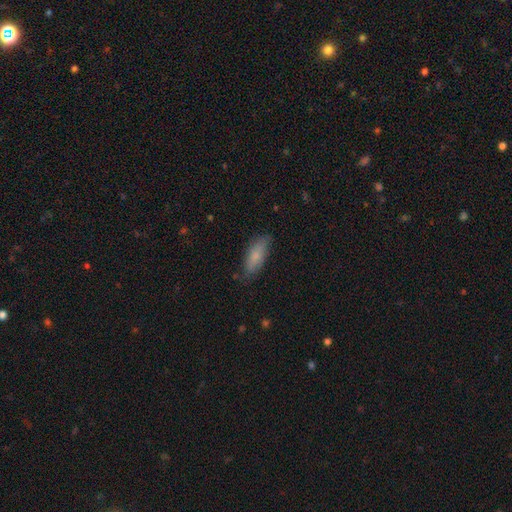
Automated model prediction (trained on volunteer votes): Q: Smooth or featured?
A: smooth (78%); runner-up: featured or disk (15%)
Q: How rounded?
A: in between (63%); runner-up: cigar-shaped (35%)
Q: Merging?
A: none (77%); runner-up: minor disturbance (18%)